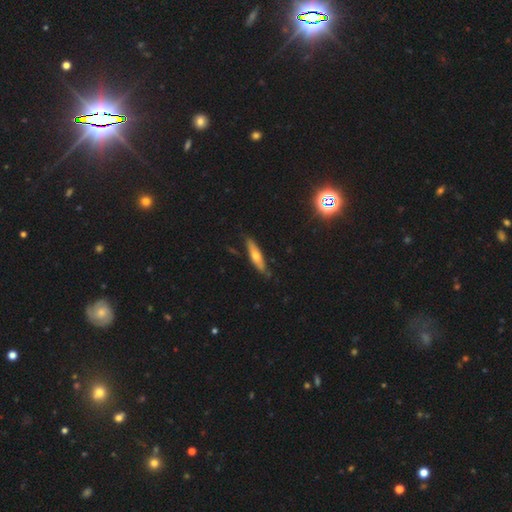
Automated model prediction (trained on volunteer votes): This appears to be a smooth galaxy with no disk features (51%) that is cigar-shaped (74%). Merging: none (82%).